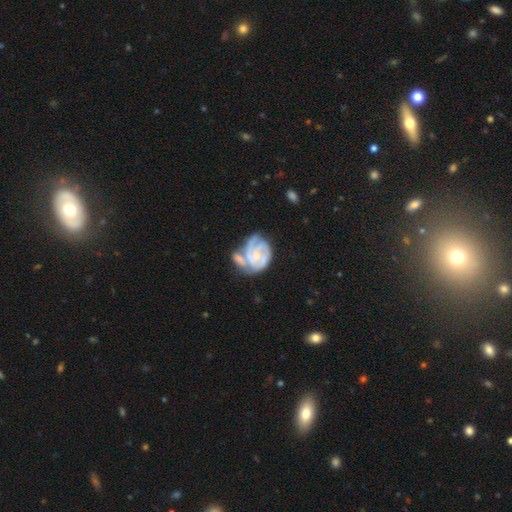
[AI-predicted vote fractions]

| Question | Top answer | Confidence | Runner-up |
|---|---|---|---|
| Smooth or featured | featured or disk | 79% | smooth (15%) |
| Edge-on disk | no | 98% | yes (2%) |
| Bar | no | 69% | weak (26%) |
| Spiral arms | yes | 88% | no (12%) |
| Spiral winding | tight | 62% | medium (30%) |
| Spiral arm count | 3 | 31% | can't tell (29%) |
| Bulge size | small | 59% | moderate (28%) |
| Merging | none | 31% | tied: merger (31%) |